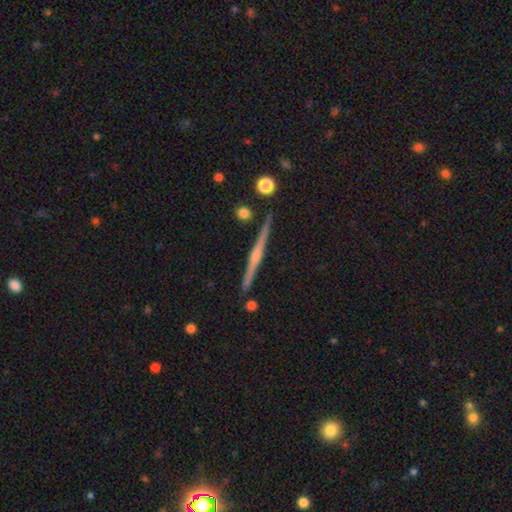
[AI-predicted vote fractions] Smooth or featured: featured or disk — 78% (smooth — 16%)
Edge-on disk: yes — 98% (no — 2%)
Edge-on bulge: rounded — 66% (none — 22%)
Merging: none — 90% (minor disturbance — 6%)